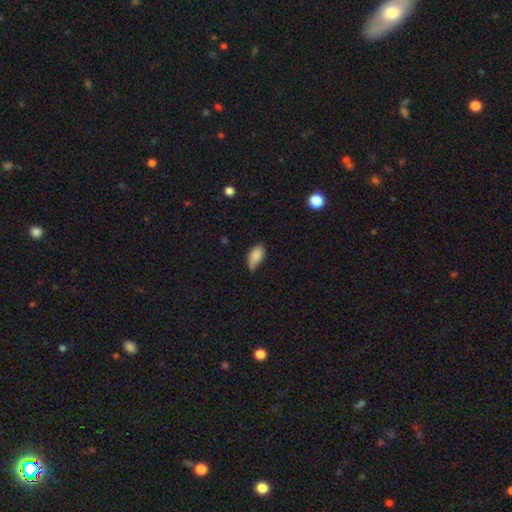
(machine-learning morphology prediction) Overall: smooth (85%). How rounded: in between (92%). Merging: minor disturbance (45%; none 40%).